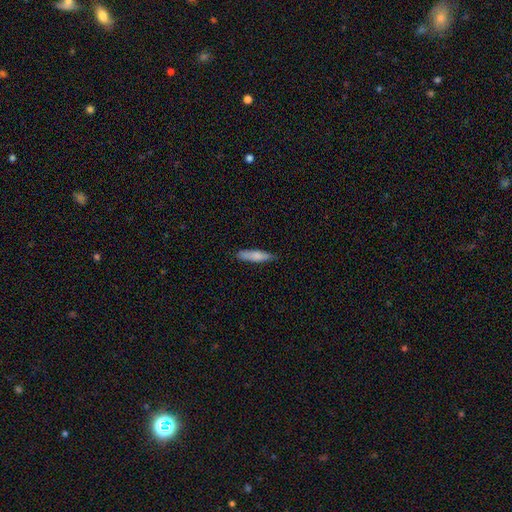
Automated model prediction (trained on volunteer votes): smooth_or_featured: smooth (p=0.77) [alt: featured or disk p=0.17]
how_rounded: cigar-shaped (p=0.77) [alt: in between p=0.22]
merging: none (p=0.79) [alt: minor disturbance p=0.17]